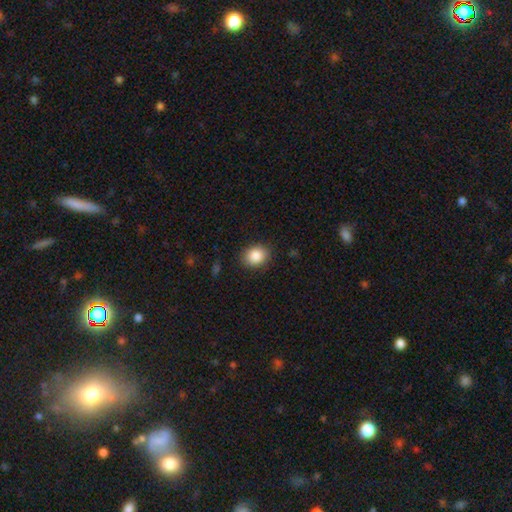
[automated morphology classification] The model was most divided on "how rounded": round: 58%, in between: 42%, cigar-shaped: 1%. More confident: smooth or featured — smooth (87%); merging — none (86%).